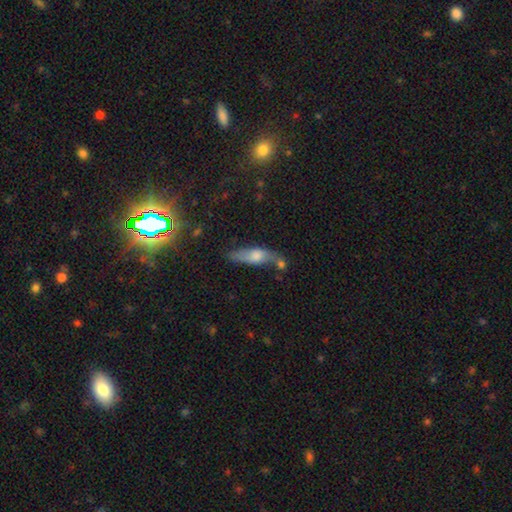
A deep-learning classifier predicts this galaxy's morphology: Q: Smooth or featured?
A: smooth (52%); runner-up: featured or disk (37%)
Q: How rounded?
A: cigar-shaped (48%); runner-up: in between (47%)
Q: Merging?
A: none (54%); runner-up: minor disturbance (23%)